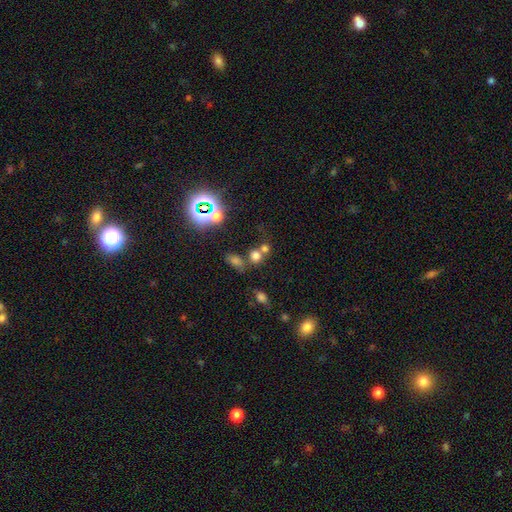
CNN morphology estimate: smooth 63%, star or artifact 27%, featured or disk 9%. Down the decision tree: how rounded — round (76%); merging — none (52%).